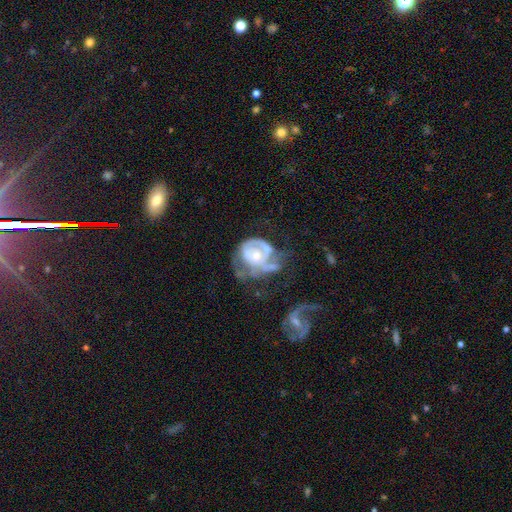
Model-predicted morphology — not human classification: A featured or disk galaxy (71%) with no bar (79%), spiral arms (62%) and a moderate central bulge (50%).

Vote fractions:
- Smooth or featured? featured or disk: 71% / smooth: 22% / star or artifact: 7%
- Edge-on disk? no: 98% / yes: 2%
- Bar? no: 79% / weak: 17% / strong: 4%
- Spiral arms? yes: 62% / no: 38%
- Bulge size? moderate: 50% / small: 34% / large: 8% / none: 7% / dominant: 2%
- Merging? major disturbance: 39% / none: 26% / minor disturbance: 21% / merger: 14%